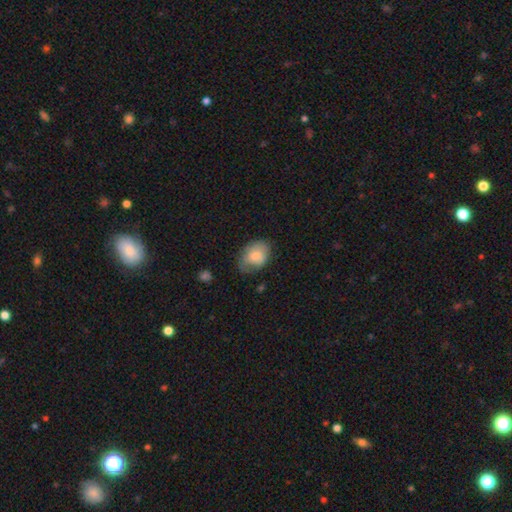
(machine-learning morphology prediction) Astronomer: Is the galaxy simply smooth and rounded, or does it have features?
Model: smooth — 74%.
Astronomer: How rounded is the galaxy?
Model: in between — 70%.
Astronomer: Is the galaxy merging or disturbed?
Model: none — 57% (runner-up: minor disturbance, 32%).